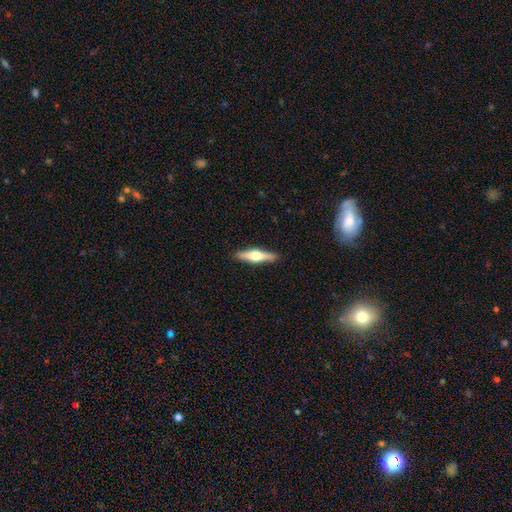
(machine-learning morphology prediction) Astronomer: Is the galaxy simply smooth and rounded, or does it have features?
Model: featured or disk — 66%.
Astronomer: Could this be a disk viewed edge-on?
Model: yes — 97%.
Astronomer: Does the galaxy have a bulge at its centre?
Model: rounded — 94%.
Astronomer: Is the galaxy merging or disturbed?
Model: none — 91%.